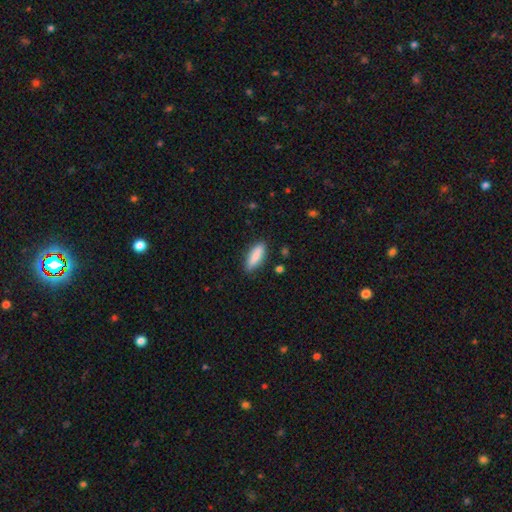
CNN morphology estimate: smooth_or_featured: smooth (p=0.86) [alt: featured or disk p=0.08]
how_rounded: in between (p=0.50) [alt: cigar-shaped p=0.48]
merging: none (p=0.84) [alt: minor disturbance p=0.12]